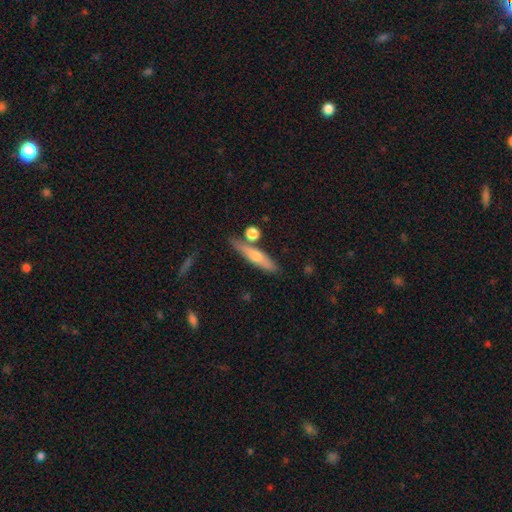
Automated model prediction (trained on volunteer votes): Smooth or featured? Predicted: smooth (p=0.50). Merging? Predicted: none (p=0.75).